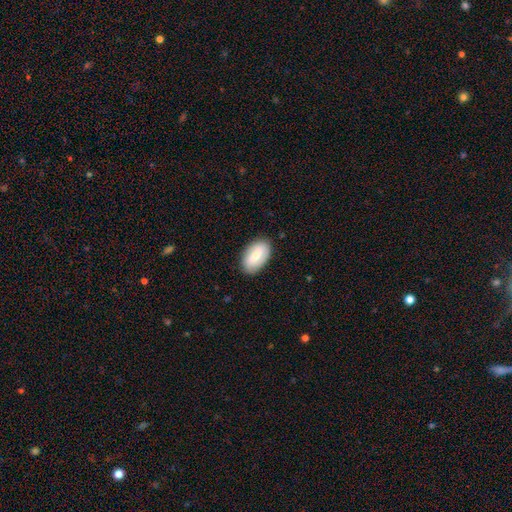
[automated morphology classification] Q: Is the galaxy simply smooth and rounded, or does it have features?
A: smooth — 56%.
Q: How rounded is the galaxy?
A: in between — 92%.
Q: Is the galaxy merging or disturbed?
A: none — 85%.